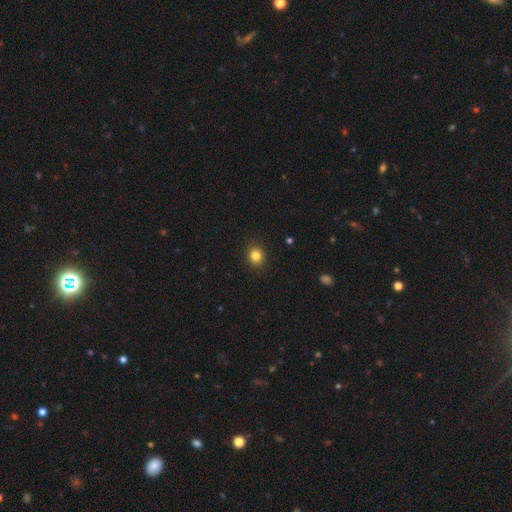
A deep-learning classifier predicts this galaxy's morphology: Smooth or featured? Predicted: smooth (p=0.83). How rounded? Predicted: round (p=0.71). Merging? Predicted: none (p=0.91).